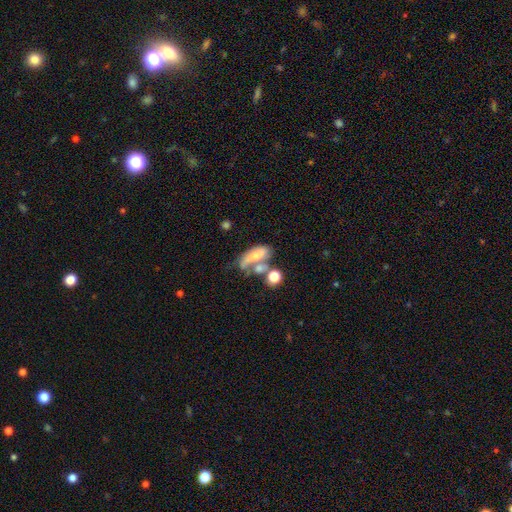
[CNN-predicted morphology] A smooth galaxy with no disk features (55%) that is in between round and cigar-shaped (71%). Merging: merger (39%).